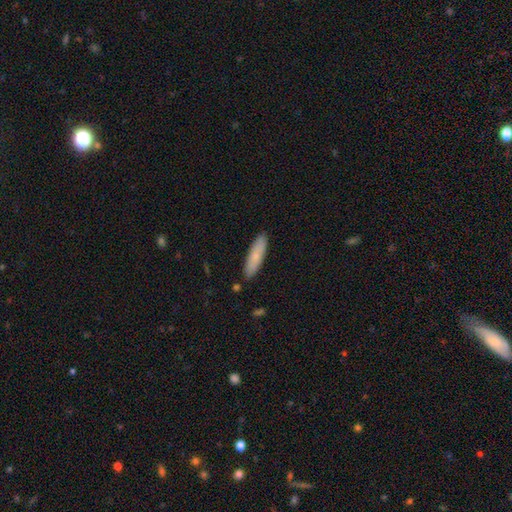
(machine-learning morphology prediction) Smooth or featured?
  - smooth: 77% *
  - featured or disk: 17%
  - star or artifact: 6%
How rounded?
  - cigar-shaped: 71% *
  - in between: 28%
  - round: 2%
Merging?
  - none: 88% *
  - minor disturbance: 9%
  - merger: 2%
  - major disturbance: 2%